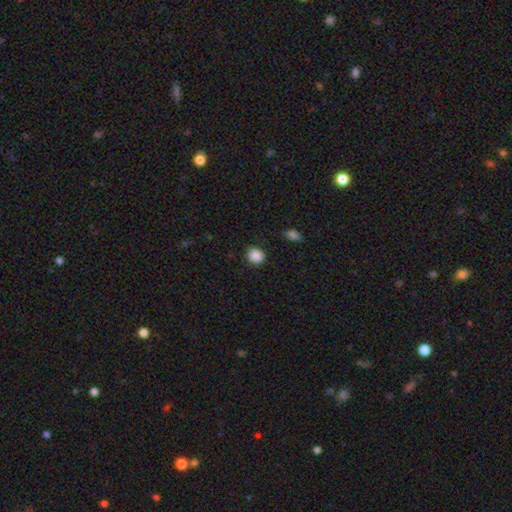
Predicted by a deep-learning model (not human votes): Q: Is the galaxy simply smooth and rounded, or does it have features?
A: smooth — 88%.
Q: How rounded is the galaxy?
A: round — 71%.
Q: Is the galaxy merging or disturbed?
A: none — 88%.